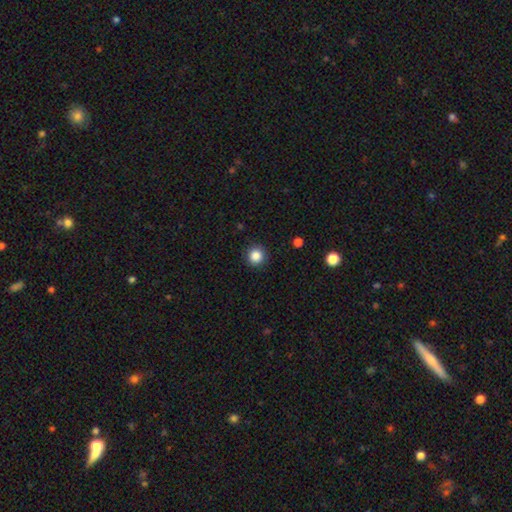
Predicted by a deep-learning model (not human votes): This appears to be a smooth galaxy with no disk features (86%) that is round (95%). Merging: none (91%).